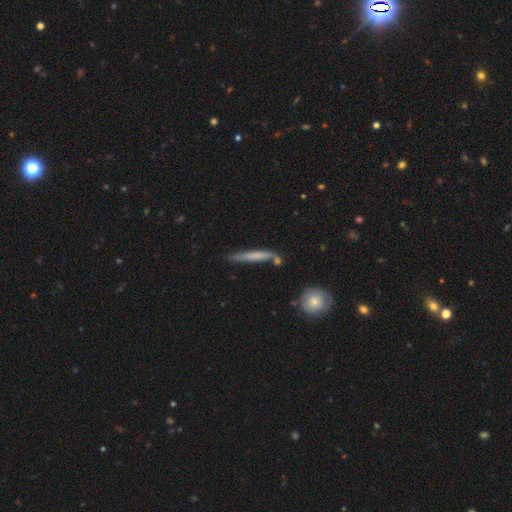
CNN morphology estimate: Smooth or featured: smooth — 56% (featured or disk — 37%)
How rounded: cigar-shaped — 93% (in between — 5%)
Merging: none — 70% (minor disturbance — 18%)